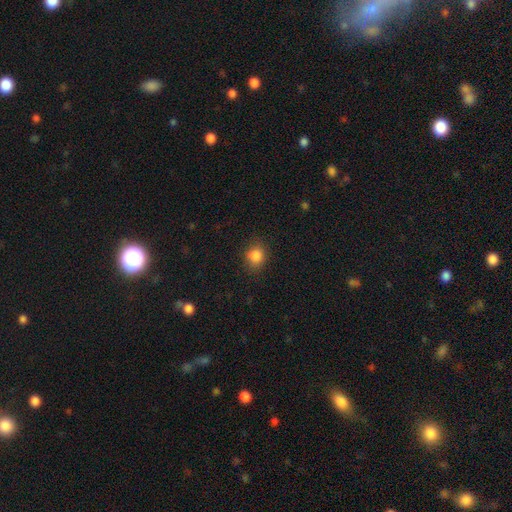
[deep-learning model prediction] smooth-or-featured: smooth: 84% | star or artifact: 11% | featured or disk: 5%
  how-rounded: round: 65% | in between: 34% | cigar-shaped: 1%
  merging: none: 81% | minor disturbance: 14% | major disturbance: 4% | merger: 1%